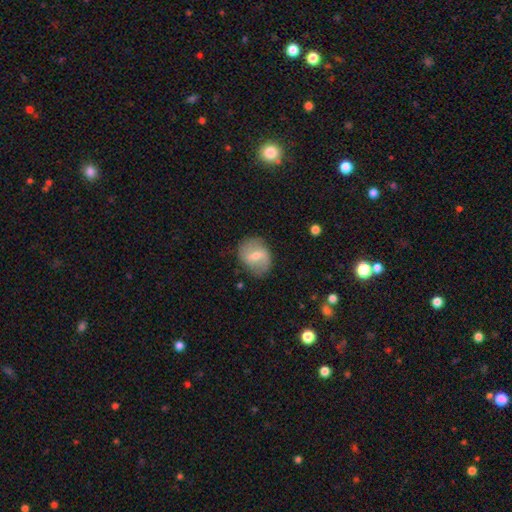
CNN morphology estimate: Smooth or featured? Predicted: featured or disk (p=0.48). Merging? Predicted: none (p=0.75).